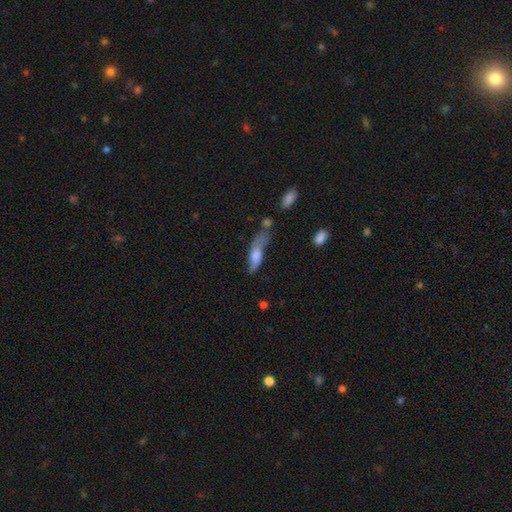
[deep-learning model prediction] A smooth galaxy with no disk features (59%) that is in between round and cigar-shaped (49%). Merging: none (32%).